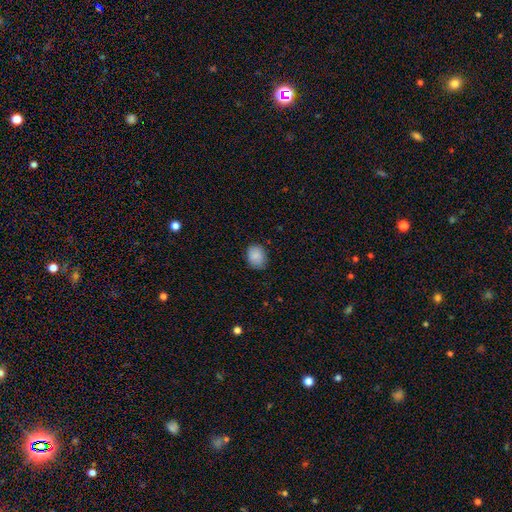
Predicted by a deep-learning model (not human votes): smooth_or_featured: smooth (p=0.86) [alt: star or artifact p=0.08]
how_rounded: in between (p=0.52) [alt: round p=0.47]
merging: none (p=0.78) [alt: minor disturbance p=0.18]